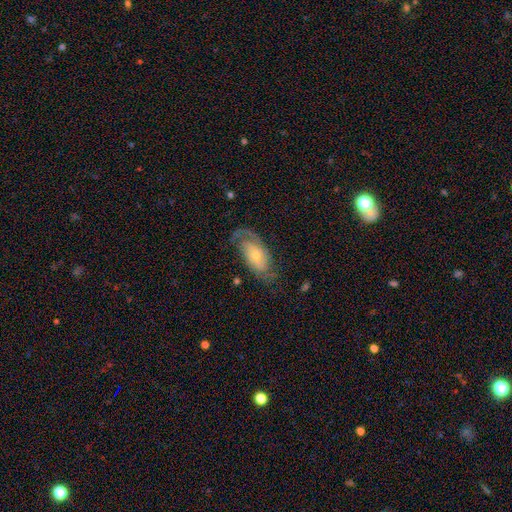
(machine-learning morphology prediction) smooth_or_featured: featured or disk (p=0.73) [alt: smooth p=0.21]
disk_edge_on: no (p=0.94) [alt: yes p=0.06]
bar: no (p=0.66) [alt: weak p=0.28]
has_spiral_arms: yes (p=0.90) [alt: no p=0.10]
spiral_winding: medium (p=0.40) [alt: tight p=0.34]
spiral_arm_count: 2 (p=0.61) [alt: 1 p=0.17]
bulge_size: small (p=0.55) [alt: moderate p=0.39]
merging: none (p=0.61) [alt: minor disturbance p=0.21]